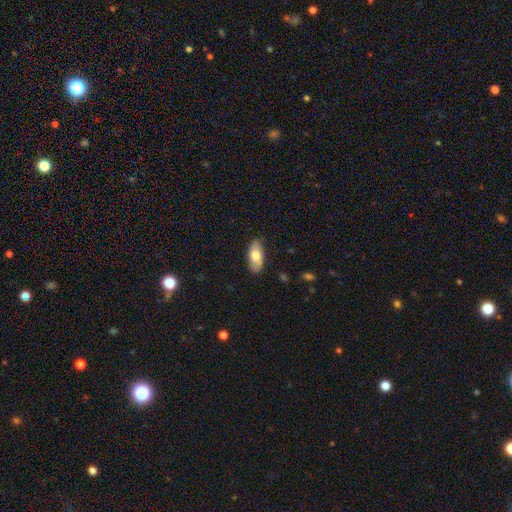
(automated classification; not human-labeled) The model was most divided on "smooth or featured": smooth: 71%, featured or disk: 23%, star or artifact: 6%. More confident: how rounded — in between (90%); merging — none (84%).